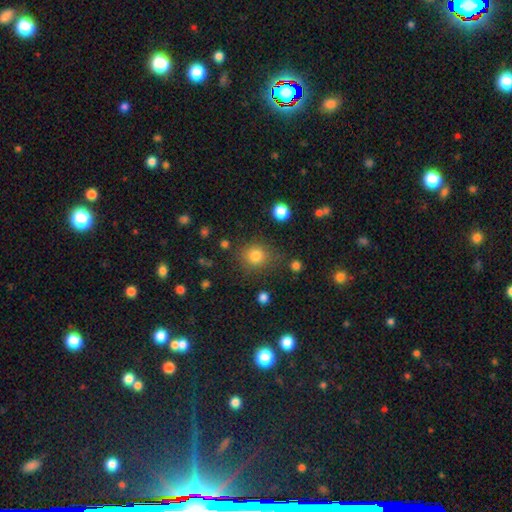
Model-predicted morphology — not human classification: The model was most divided on "smooth or featured": smooth: 81%, star or artifact: 13%, featured or disk: 6%. More confident: how rounded — round (85%); merging — none (80%).